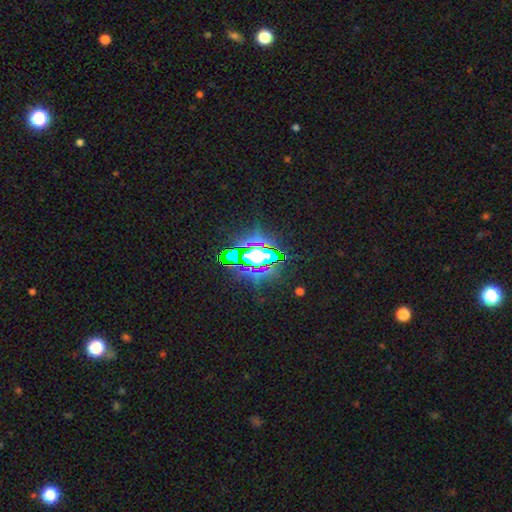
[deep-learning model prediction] Morphology: type=star or artifact (68%).